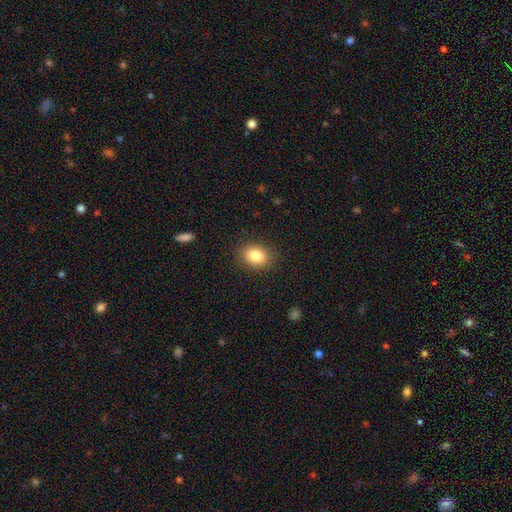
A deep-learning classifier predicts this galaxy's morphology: smooth-or-featured: smooth: 85% | star or artifact: 9% | featured or disk: 6%
  how-rounded: in between: 60% | round: 39% | cigar-shaped: 1%
  merging: none: 87% | minor disturbance: 9% | major disturbance: 3% | merger: 1%